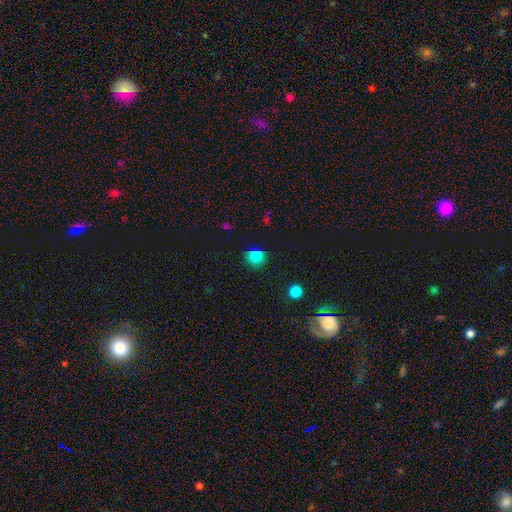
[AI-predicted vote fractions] smooth 82%, star or artifact 13%, featured or disk 5%. Down the decision tree: how rounded — round (72%); merging — none (78%).